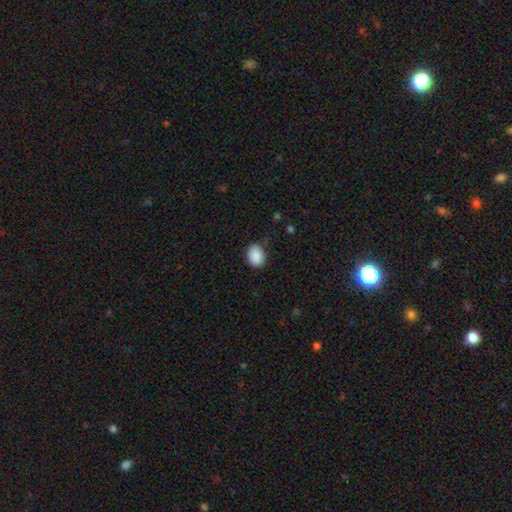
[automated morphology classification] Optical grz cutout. It shows a smooth galaxy with no disk features (89%) that is in between round and cigar-shaped (58%). Merging: none (76%).